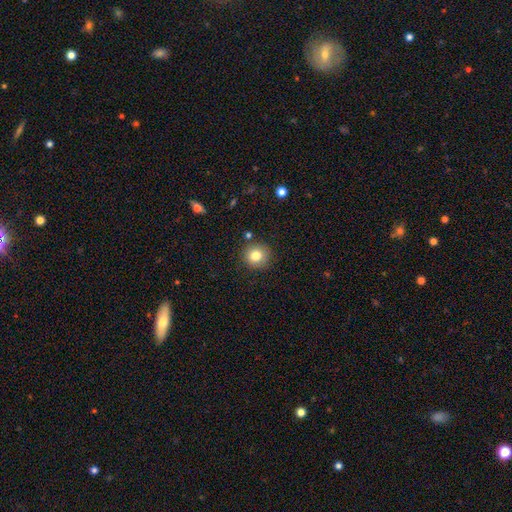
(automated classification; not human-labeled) A smooth galaxy with no disk features (81%) that is round (91%). Merging: none (86%).